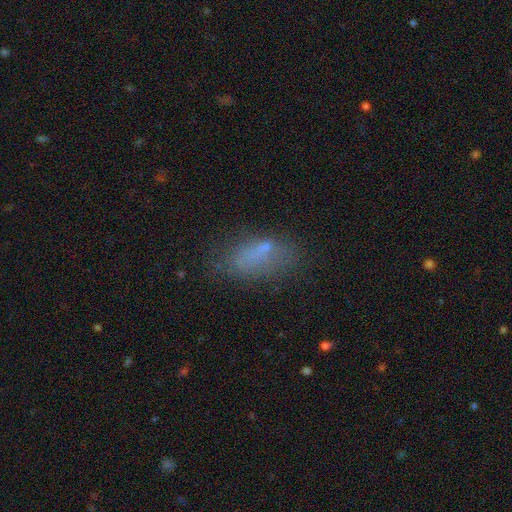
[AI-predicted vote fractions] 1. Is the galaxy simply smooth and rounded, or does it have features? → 63% smooth, 21% featured or disk, 16% star or artifact.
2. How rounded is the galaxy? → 81% in between, 14% cigar-shaped, 5% round.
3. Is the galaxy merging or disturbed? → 55% none, 24% minor disturbance, 15% major disturbance, 5% merger.